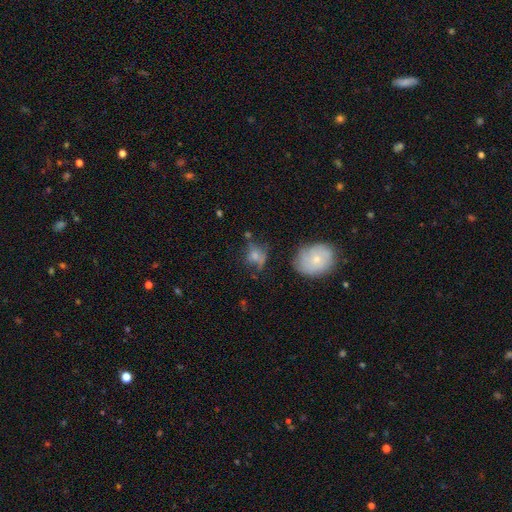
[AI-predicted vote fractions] smooth_or_featured: smooth (p=0.55) [alt: featured or disk p=0.30]
how_rounded: round (p=0.61) [alt: in between p=0.37]
merging: none (p=0.49) [alt: minor disturbance p=0.23]